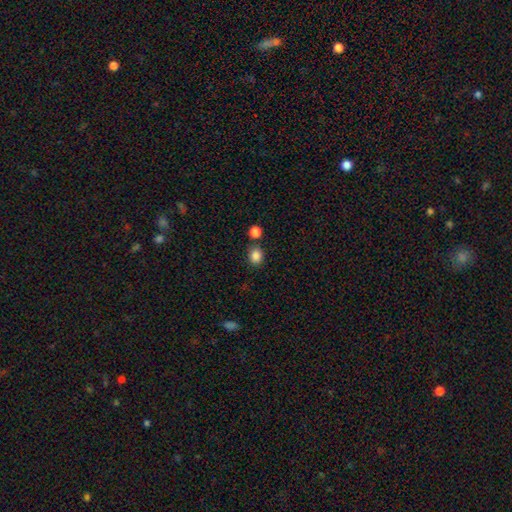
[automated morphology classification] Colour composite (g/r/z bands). It shows a smooth galaxy with no disk features (86%) that is round (65%). Merging: none (77%).